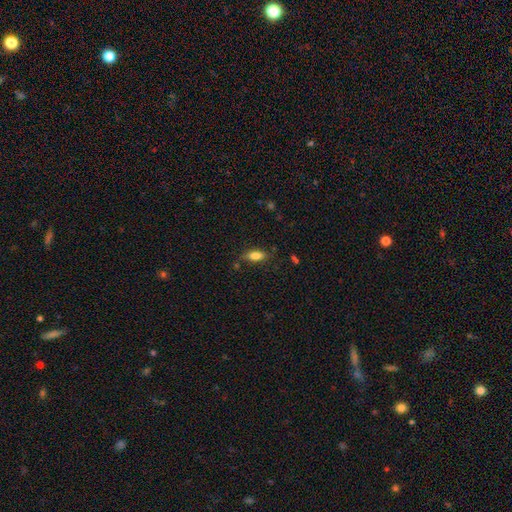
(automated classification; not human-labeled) smooth_or_featured: smooth (p=0.81) [alt: featured or disk p=0.11]
how_rounded: in between (p=0.81) [alt: cigar-shaped p=0.16]
merging: none (p=0.77) [alt: minor disturbance p=0.16]